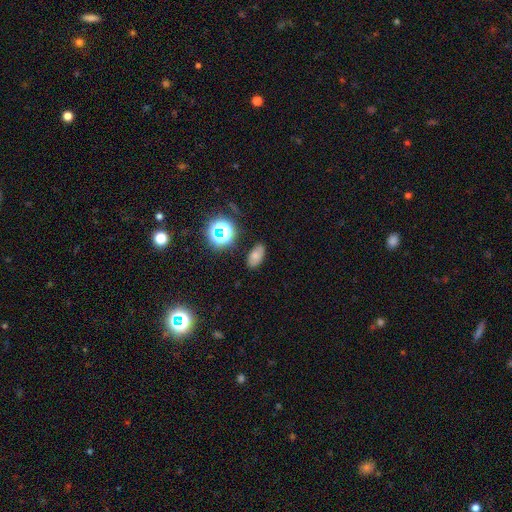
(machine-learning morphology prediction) A smooth galaxy with no disk features (65%) that is in between round and cigar-shaped (89%).

Vote fractions:
- Smooth or featured? smooth: 65% / star or artifact: 21% / featured or disk: 14%
- How rounded? in between: 89% / round: 8% / cigar-shaped: 3%
- Merging? none: 81% / minor disturbance: 13% / major disturbance: 4% / merger: 2%